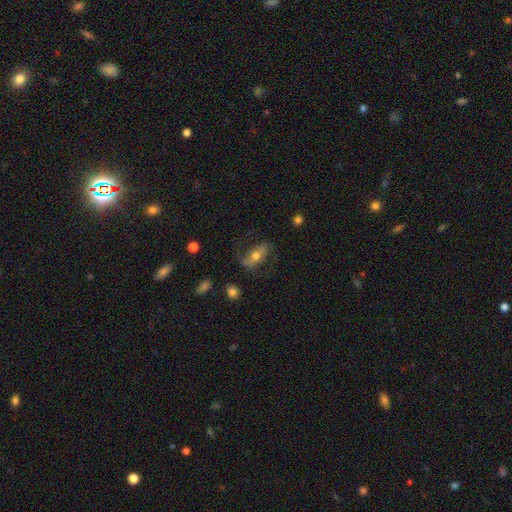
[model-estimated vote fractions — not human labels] A featured or disk galaxy (50%).

Vote fractions:
- Smooth or featured? featured or disk: 50% / smooth: 41% / star or artifact: 8%
- Edge-on disk? no: 81% / yes: 19%
- Merging? none: 64% / minor disturbance: 20% / major disturbance: 14% / merger: 2%